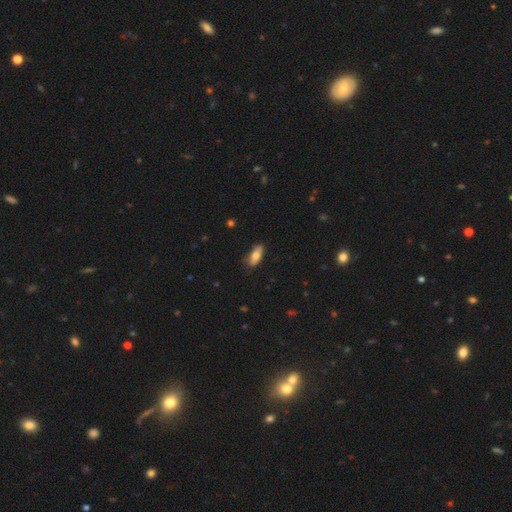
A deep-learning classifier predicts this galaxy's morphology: smooth-or-featured: smooth: 74% | featured or disk: 19% | star or artifact: 7%
  how-rounded: in between: 76% | cigar-shaped: 21% | round: 3%
  merging: none: 72% | minor disturbance: 22% | major disturbance: 4% | merger: 1%